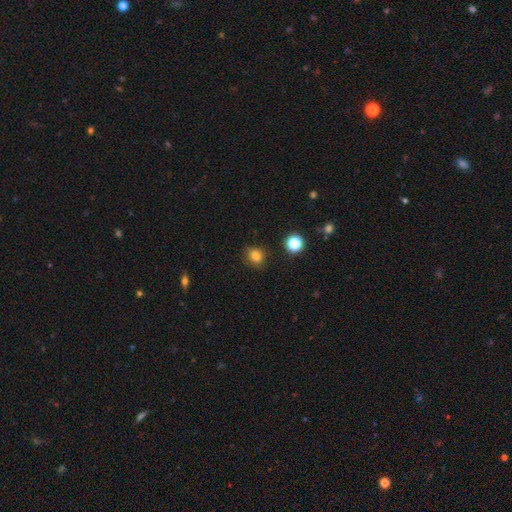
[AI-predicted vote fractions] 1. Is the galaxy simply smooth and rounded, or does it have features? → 81% smooth, 14% star or artifact, 6% featured or disk.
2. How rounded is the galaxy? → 65% round, 34% in between, 1% cigar-shaped.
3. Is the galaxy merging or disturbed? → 80% none, 15% minor disturbance, 3% major disturbance, 2% merger.